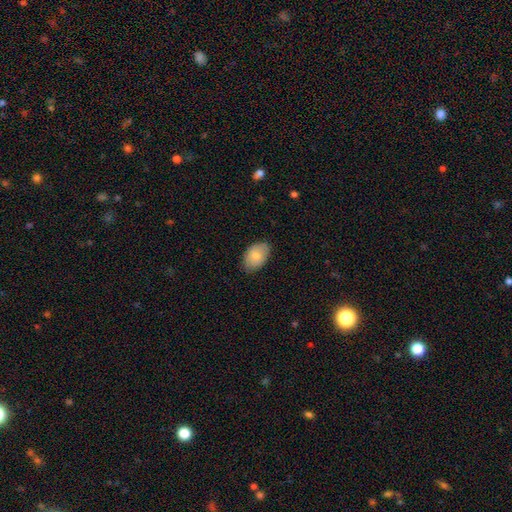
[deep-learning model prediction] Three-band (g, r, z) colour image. It shows a smooth galaxy with no disk features (81%) that is in between round and cigar-shaped (89%). Merging: none (80%).